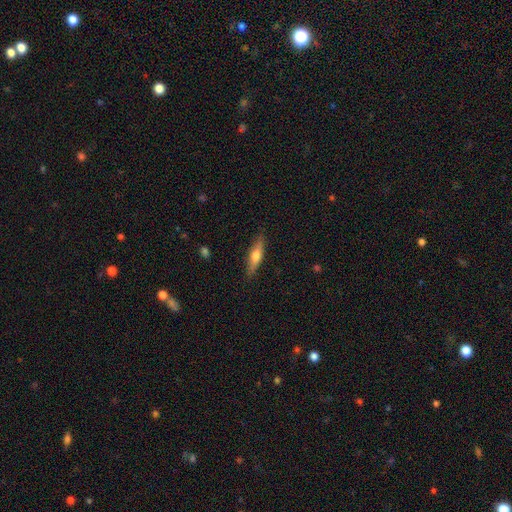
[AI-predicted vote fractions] smooth-or-featured: smooth: 51% | featured or disk: 42% | star or artifact: 6%
  how-rounded: cigar-shaped: 72% | in between: 26% | round: 2%
  merging: none: 87% | minor disturbance: 10% | major disturbance: 2% | merger: 1%